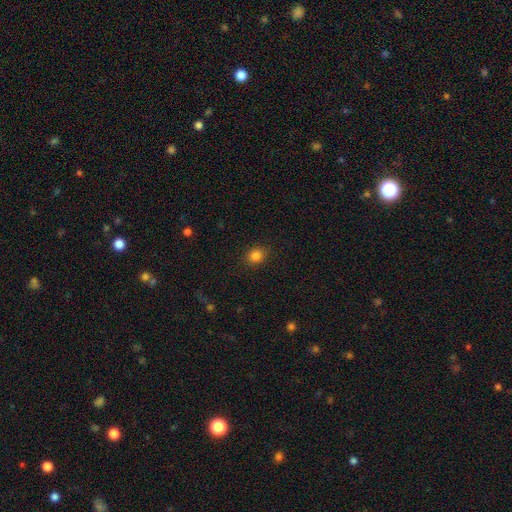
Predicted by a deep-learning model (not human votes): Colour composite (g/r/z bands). It shows a smooth galaxy with no disk features (83%) that is round (65%). Merging: none (88%).